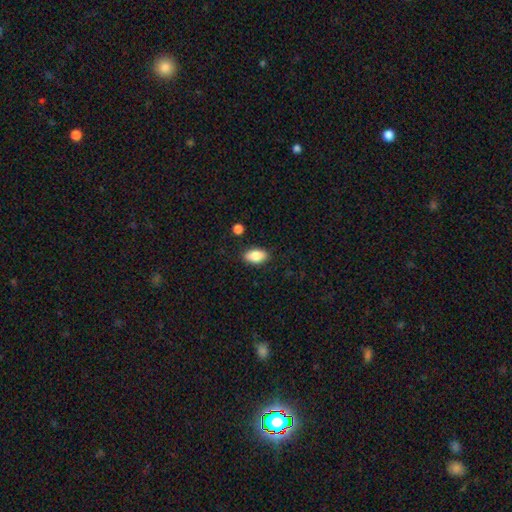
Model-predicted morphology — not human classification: A smooth galaxy with no disk features (84%) that is in between round and cigar-shaped (91%).

Vote fractions:
- Smooth or featured? smooth: 84% / featured or disk: 9% / star or artifact: 7%
- How rounded? in between: 91% / round: 5% / cigar-shaped: 4%
- Merging? none: 87% / minor disturbance: 9% / major disturbance: 2% / merger: 2%